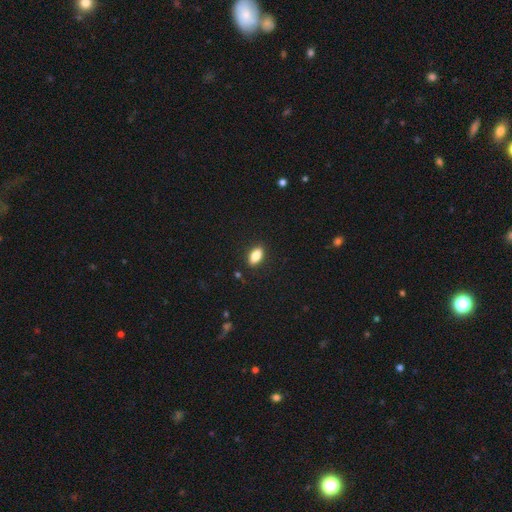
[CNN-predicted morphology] type=smooth (82%); roundness=in between (87%); merging=none (88%).